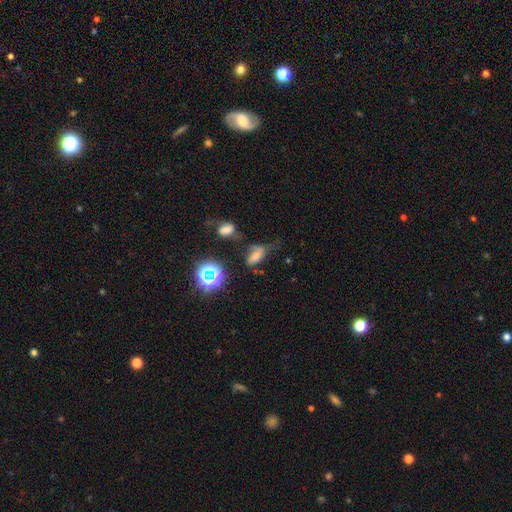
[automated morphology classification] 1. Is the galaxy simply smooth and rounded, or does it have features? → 52% smooth, 24% star or artifact, 24% featured or disk.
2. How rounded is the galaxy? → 84% in between, 10% round, 6% cigar-shaped.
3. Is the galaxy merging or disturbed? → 35% none, 30% minor disturbance, 25% major disturbance, 10% merger.